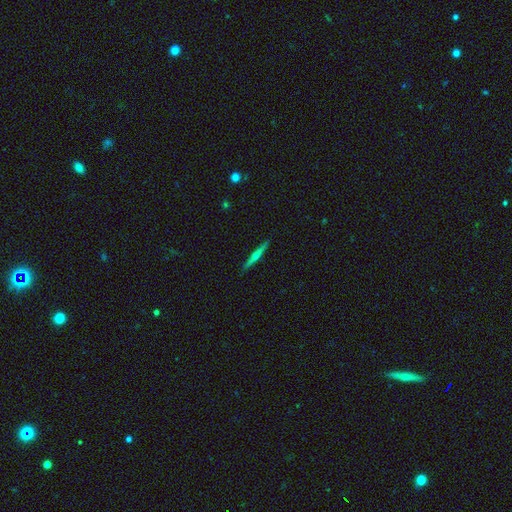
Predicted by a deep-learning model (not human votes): This appears to be a featured or disk galaxy (68%) viewed edge-on (98%) with a rounded central bulge (87%). Merging: none (91%).